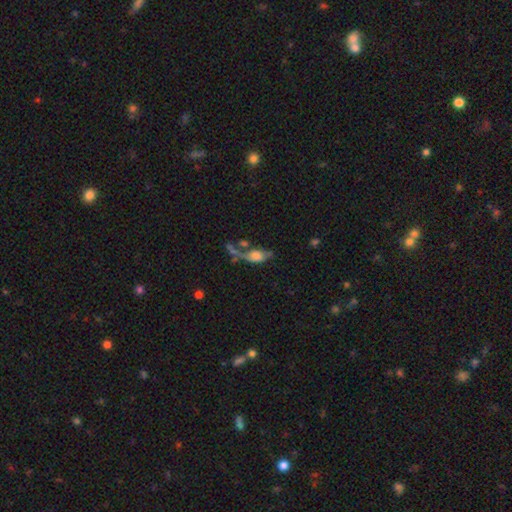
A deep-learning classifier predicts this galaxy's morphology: A smooth galaxy with no disk features (51%) that is in between round and cigar-shaped (73%). Merging: none (29%).